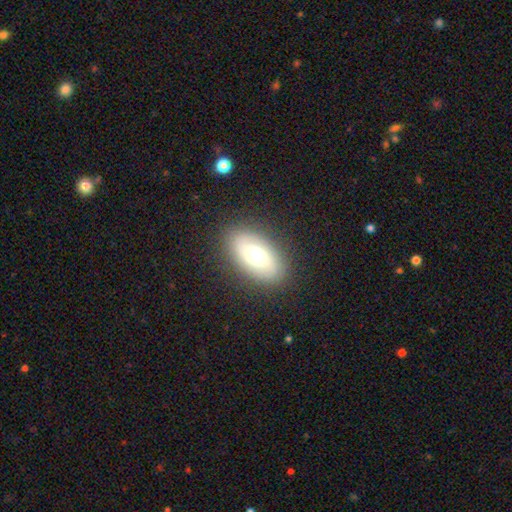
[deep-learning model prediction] This is possibly a smooth galaxy (60%). How rounded: clearly in between (86%). Merging: clearly none (86%).